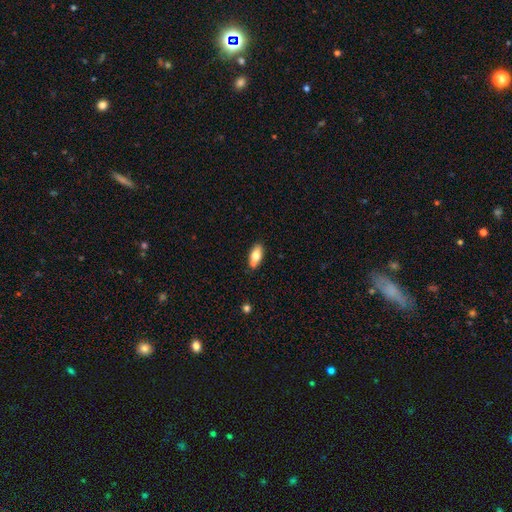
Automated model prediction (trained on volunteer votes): smooth-or-featured: smooth: 74% | featured or disk: 19% | star or artifact: 7%
  how-rounded: in between: 87% | cigar-shaped: 10% | round: 3%
  merging: none: 68% | minor disturbance: 16% | merger: 13% | major disturbance: 3%